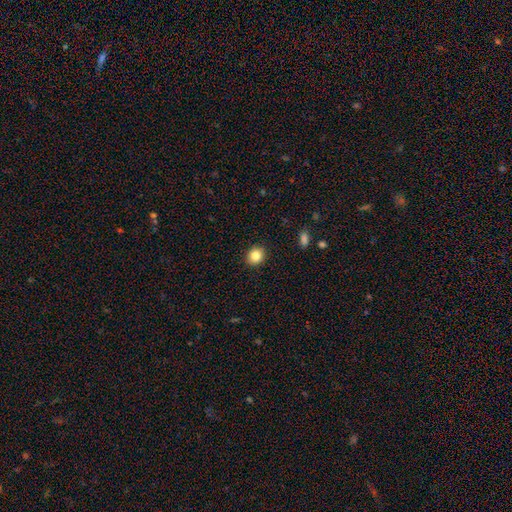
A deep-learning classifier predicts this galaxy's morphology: type=smooth (83%); roundness=round (73%); merging=none (91%).